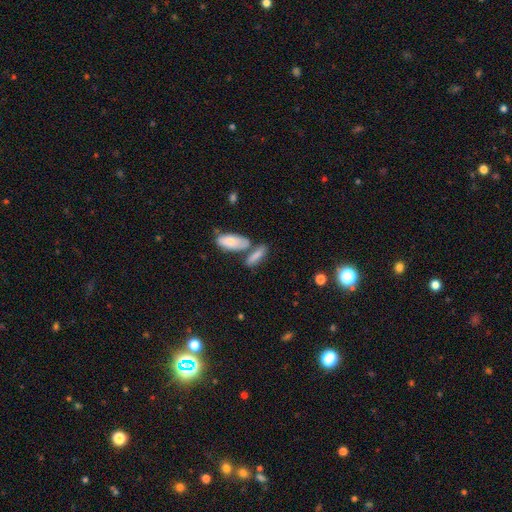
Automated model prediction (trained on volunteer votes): Smooth or featured? Predicted: smooth (p=0.79). How rounded? Predicted: in between (p=0.63). Merging? Predicted: none (p=0.46).